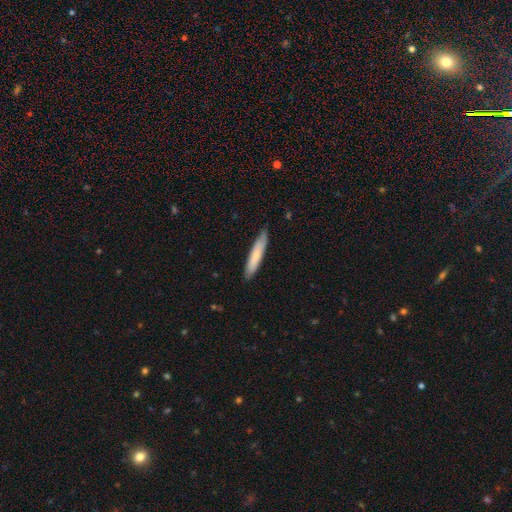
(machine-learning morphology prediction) Overall: smooth (74%). How rounded: cigar-shaped (89%). Merging: none (85%).